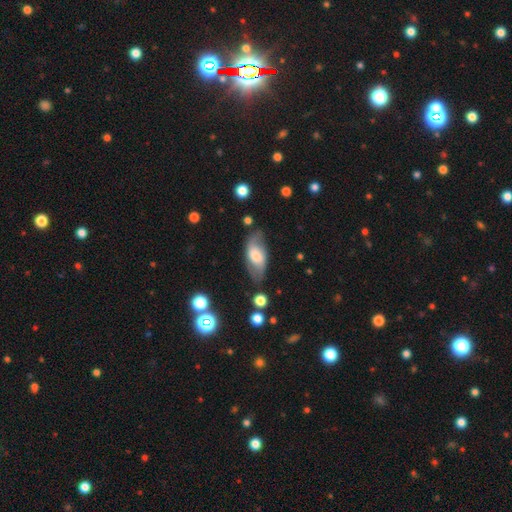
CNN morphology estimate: smooth 50%, featured or disk 43%, star or artifact 7%. Down the decision tree: how rounded — in between (88%); merging — none (69%).